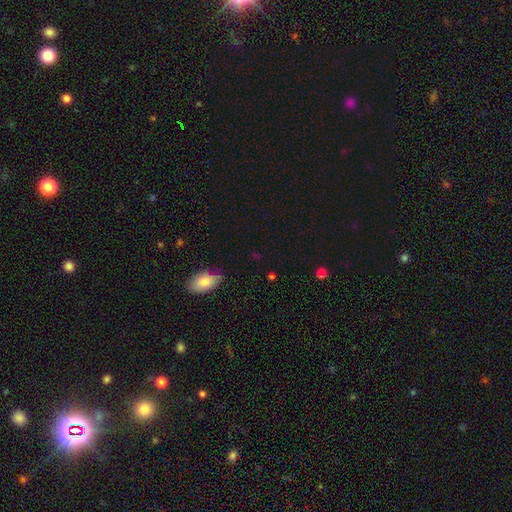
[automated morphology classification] This is possibly a smooth galaxy (55%). How rounded: possibly in between (48%). Merging: likely none (75%).